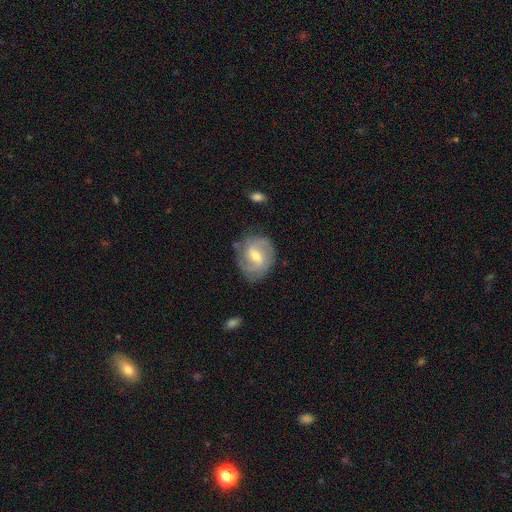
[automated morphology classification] This appears to be a featured or disk galaxy (72%) with a weak bar (59%), 2 (69%) medium (46%) spiral arms (88%) and a moderate central bulge (61%). Merging: none (74%).